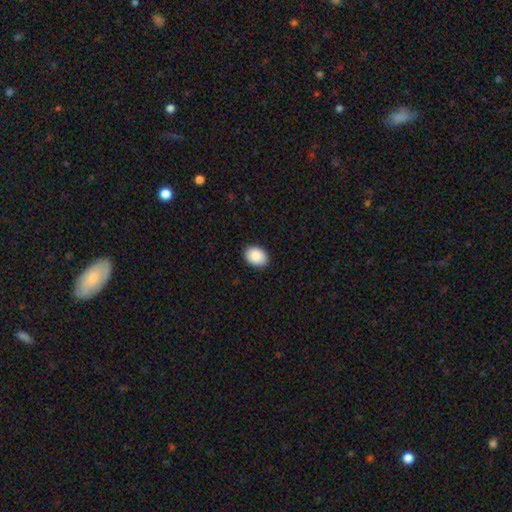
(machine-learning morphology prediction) A smooth galaxy with no disk features (87%) that is in between round and cigar-shaped (70%). Merging: none (90%).